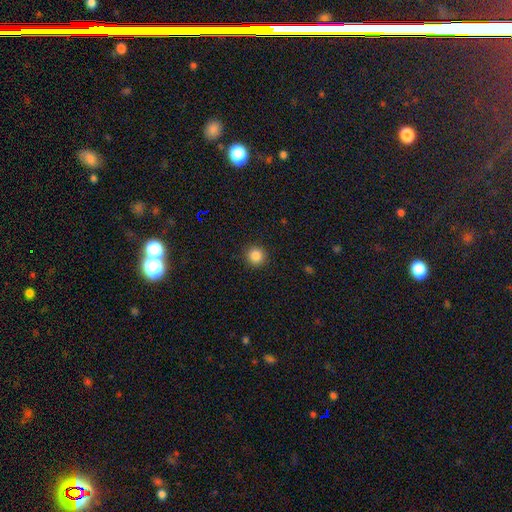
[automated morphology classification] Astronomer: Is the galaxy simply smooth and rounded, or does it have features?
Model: smooth — 85%.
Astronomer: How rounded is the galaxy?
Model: round — 93%.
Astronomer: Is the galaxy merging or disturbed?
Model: none — 92%.